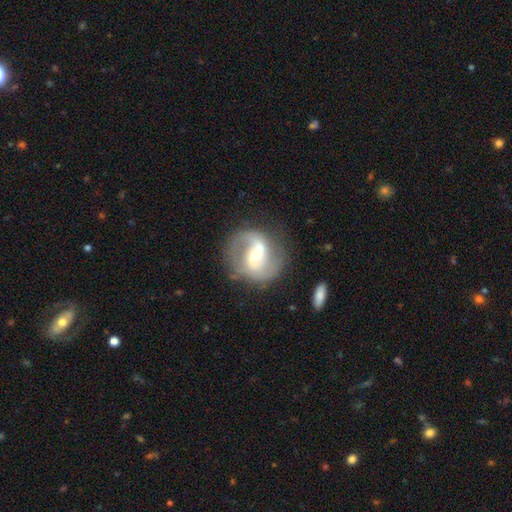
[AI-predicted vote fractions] Smooth or featured? Predicted: featured or disk (p=0.82). Edge-on disk? Predicted: no (p=0.97). Bar? Predicted: weak (p=0.39). Spiral arms? Predicted: yes (p=0.91). Spiral winding? Predicted: medium (p=0.47). Spiral arm count? Predicted: 2 (p=0.84). Bulge size? Predicted: moderate (p=0.59). Merging? Predicted: none (p=0.66).